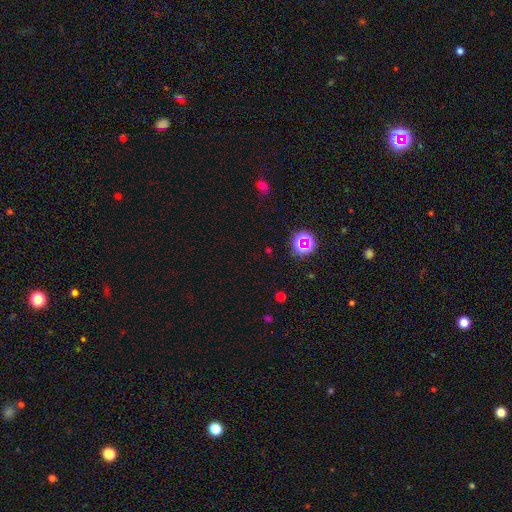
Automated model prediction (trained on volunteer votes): The model was most divided on "smooth or featured": star or artifact: 65%, smooth: 27%, featured or disk: 8%.